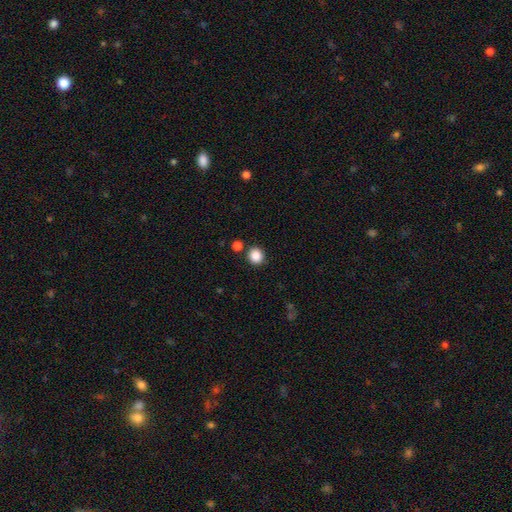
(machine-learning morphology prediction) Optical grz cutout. It shows a smooth galaxy with no disk features (86%) that is round (87%). Merging: none (84%).